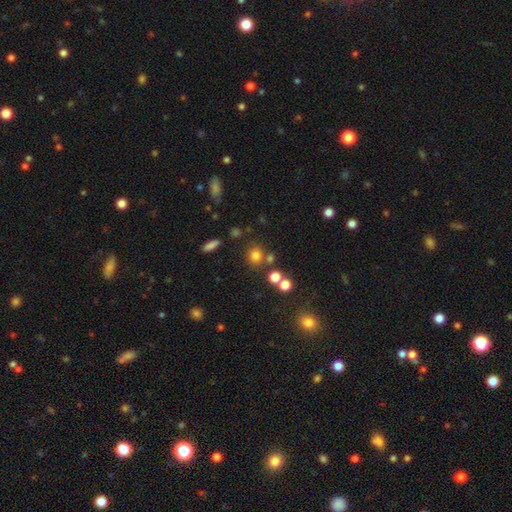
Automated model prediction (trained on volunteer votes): Smooth or featured: smooth — 75% (star or artifact — 17%)
How rounded: round — 81% (in between — 18%)
Merging: none — 70% (merger — 15%)